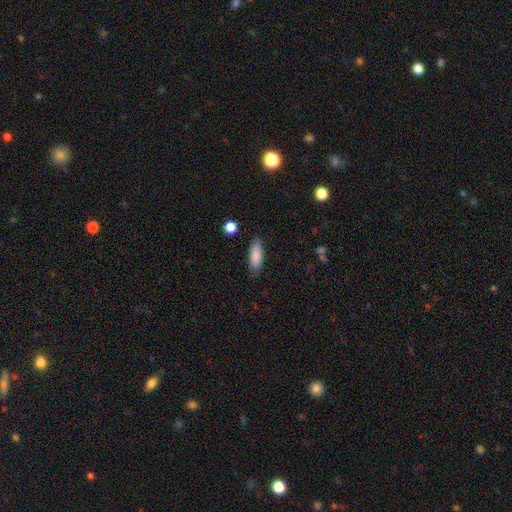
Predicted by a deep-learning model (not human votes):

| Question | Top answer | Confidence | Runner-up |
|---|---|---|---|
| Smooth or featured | smooth | 86% | featured or disk (8%) |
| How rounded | in between | 68% | cigar-shaped (30%) |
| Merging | none | 83% | minor disturbance (12%) |